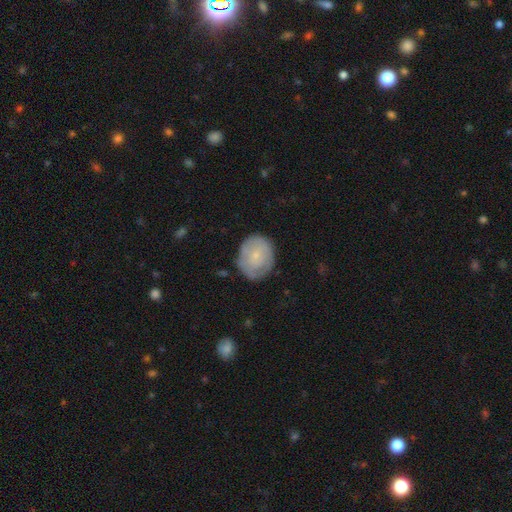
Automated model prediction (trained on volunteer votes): A smooth galaxy with no disk features (58%) that is round (60%).

Vote fractions:
- Smooth or featured? smooth: 58% / featured or disk: 35% / star or artifact: 7%
- How rounded? round: 60% / in between: 39% / cigar-shaped: 1%
- Merging? none: 71% / minor disturbance: 21% / major disturbance: 6% / merger: 2%